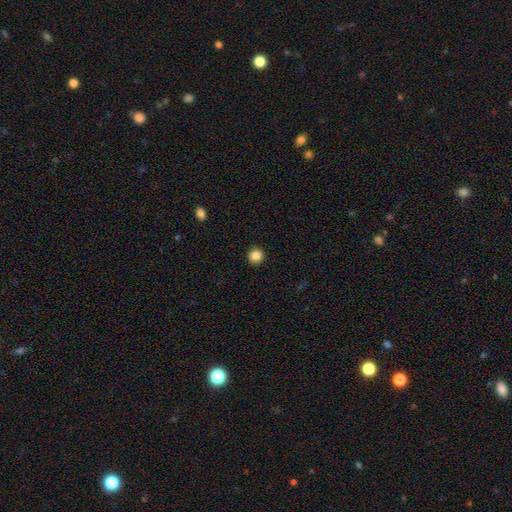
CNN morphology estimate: This is clearly a smooth galaxy (85%). How rounded: clearly round (95%). Merging: clearly none (94%).